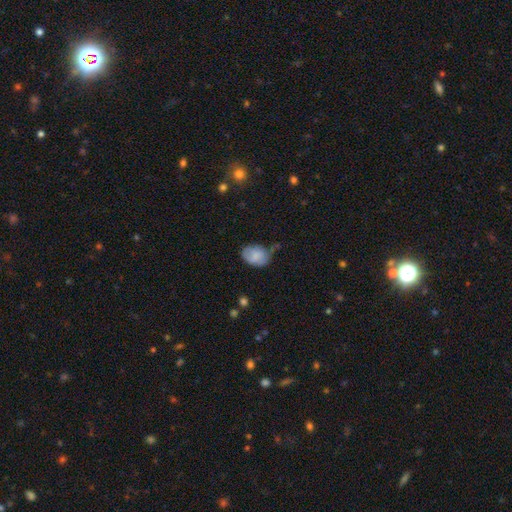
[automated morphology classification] Q: Smooth or featured?
A: smooth (76%); runner-up: featured or disk (16%)
Q: How rounded?
A: in between (74%); runner-up: round (25%)
Q: Merging?
A: none (48%); runner-up: minor disturbance (37%)